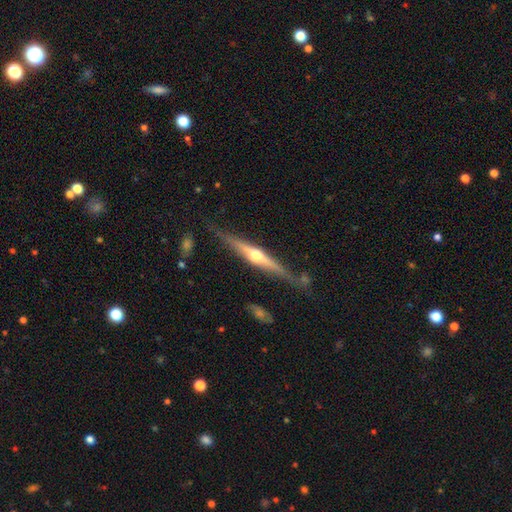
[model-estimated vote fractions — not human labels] smooth-or-featured: featured or disk: 76% | smooth: 18% | star or artifact: 5%
  disk-edge-on: yes: 97% | no: 3%
    edge-on-bulge: rounded: 92% | none: 4% | boxy: 4%
  merging: none: 79% | minor disturbance: 15% | major disturbance: 3% | merger: 3%